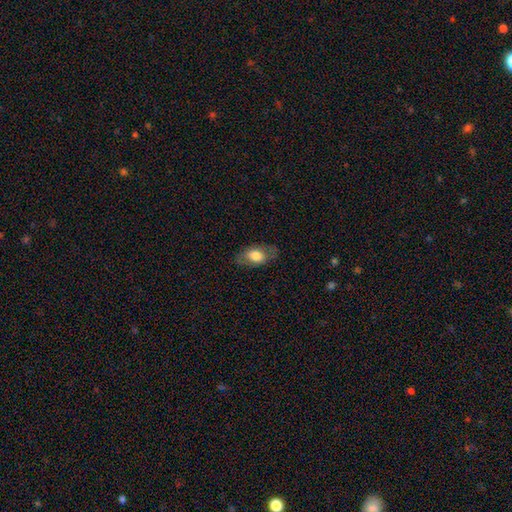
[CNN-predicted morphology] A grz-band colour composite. It shows a smooth galaxy with no disk features (70%) that is in between round and cigar-shaped (89%). Merging: none (77%).